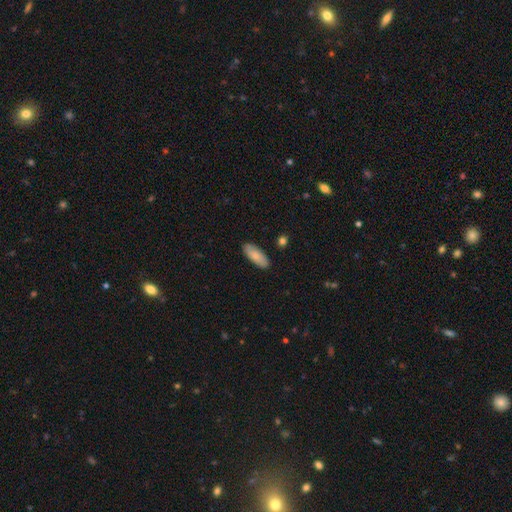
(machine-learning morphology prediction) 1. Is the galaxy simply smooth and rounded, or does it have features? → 82% smooth, 13% featured or disk, 6% star or artifact.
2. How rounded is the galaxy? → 73% in between, 25% cigar-shaped, 2% round.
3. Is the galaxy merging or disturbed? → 88% none, 9% minor disturbance, 2% major disturbance, 1% merger.